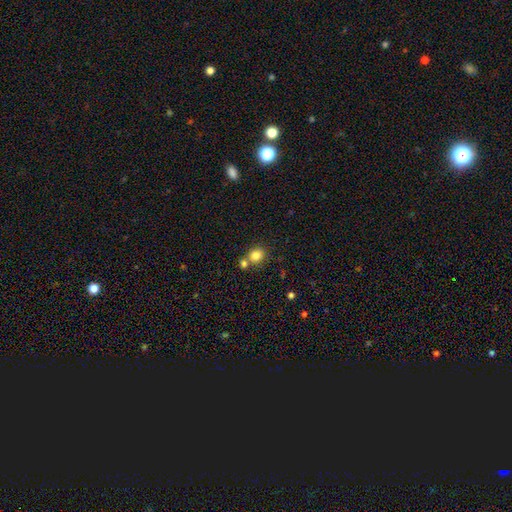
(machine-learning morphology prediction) A smooth galaxy with no disk features (82%) that is round (76%). Merging: none (59%).